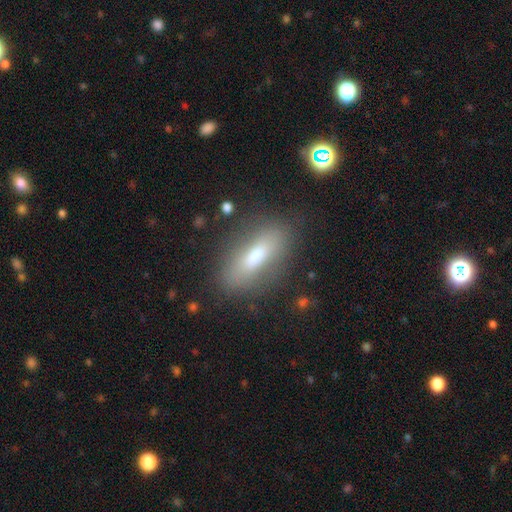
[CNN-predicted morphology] Q: Smooth or featured?
A: smooth (63%); runner-up: featured or disk (27%)
Q: How rounded?
A: in between (68%); runner-up: cigar-shaped (27%)
Q: Merging?
A: none (78%); runner-up: minor disturbance (13%)